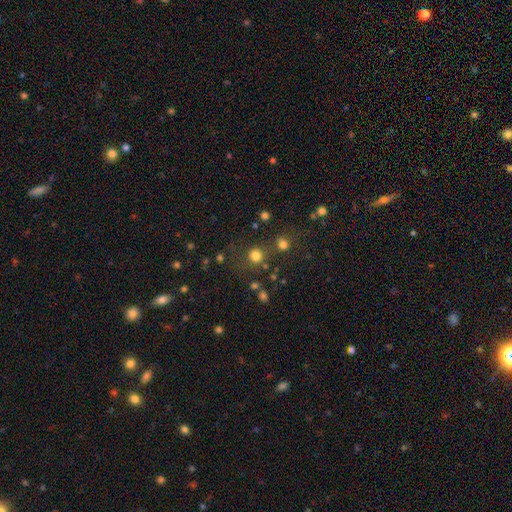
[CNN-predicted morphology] Smooth or featured? smooth (78%)
How rounded? round (92%)
Merging? none (70%)